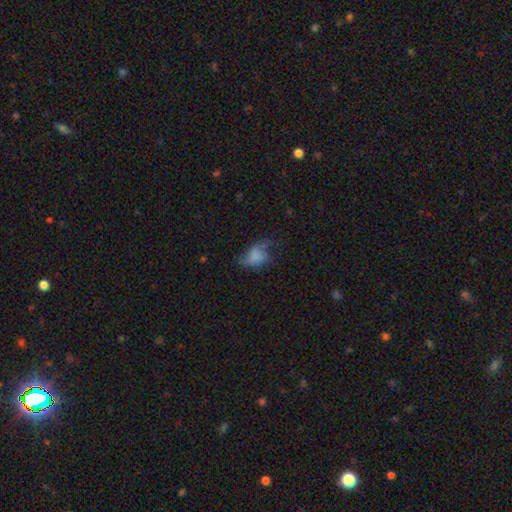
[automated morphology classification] smooth_or_featured: smooth (p=0.59) [alt: featured or disk p=0.30]
how_rounded: in between (p=0.86) [alt: round p=0.11]
merging: major disturbance (p=0.36) [alt: none p=0.34]